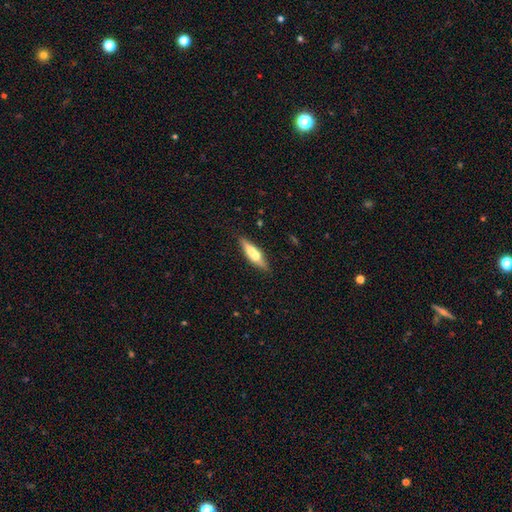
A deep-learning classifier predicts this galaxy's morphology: smooth 49%, featured or disk 44%, star or artifact 6%. Down the decision tree: merging — none (67%).